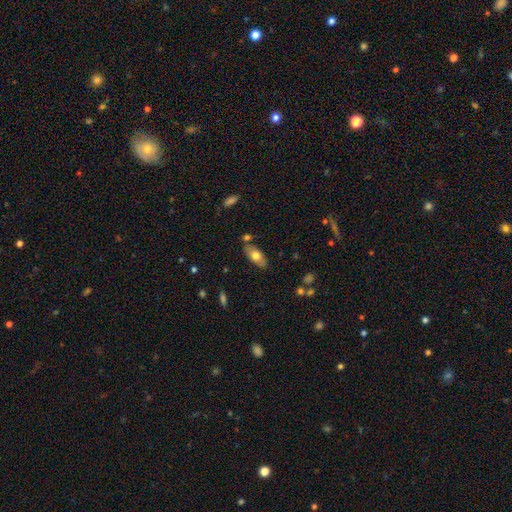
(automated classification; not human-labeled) This appears to be a smooth galaxy with no disk features (66%) that is in between round and cigar-shaped (87%). Merging: none (75%).